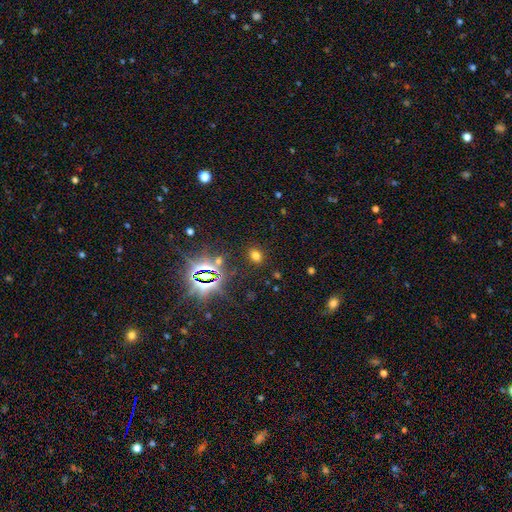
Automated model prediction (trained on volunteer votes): smooth-or-featured: smooth: 64% | star or artifact: 30% | featured or disk: 7%
  how-rounded: in between: 50% | round: 49% | cigar-shaped: 2%
  merging: none: 86% | minor disturbance: 8% | major disturbance: 3% | merger: 2%